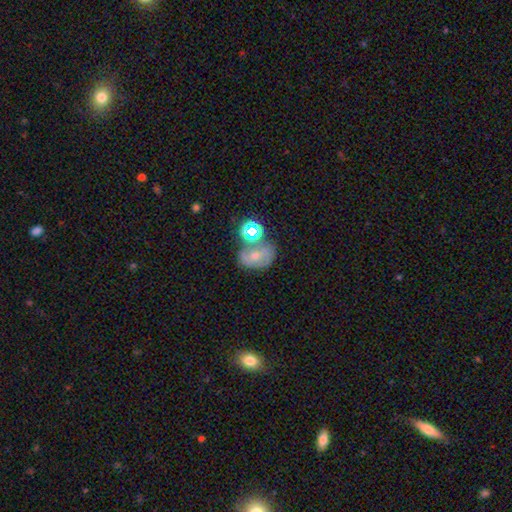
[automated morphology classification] smooth_or_featured: smooth (p=0.53) [alt: featured or disk p=0.29]
how_rounded: in between (p=0.62) [alt: round p=0.37]
merging: none (p=0.46) [alt: merger p=0.29]